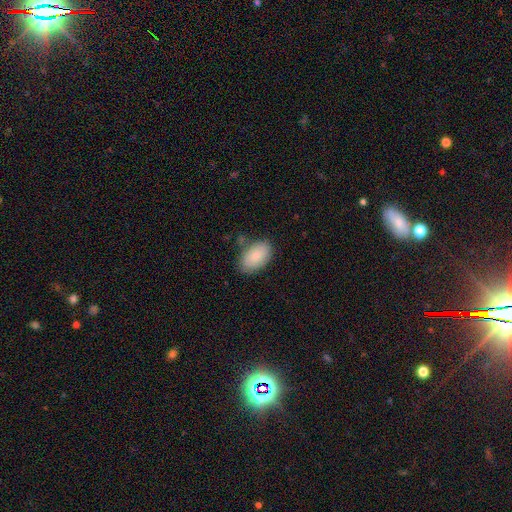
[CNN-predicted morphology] Smooth or featured?
  - smooth: 83% *
  - featured or disk: 10%
  - star or artifact: 6%
How rounded?
  - in between: 94% *
  - round: 5%
  - cigar-shaped: 1%
Merging?
  - none: 76% *
  - minor disturbance: 17%
  - major disturbance: 4%
  - merger: 4%